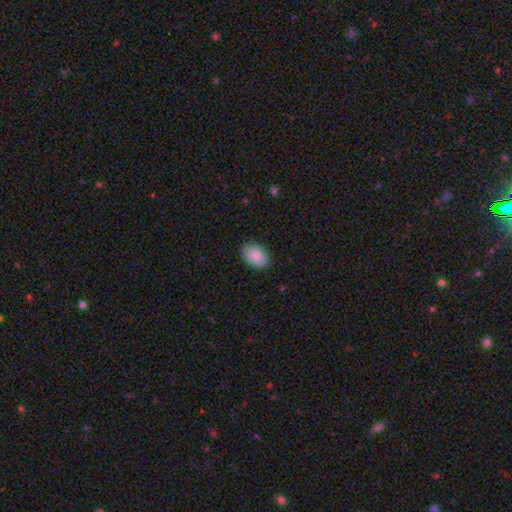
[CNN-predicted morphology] Smooth or featured: smooth — 86% (featured or disk — 7%)
How rounded: in between — 81% (round — 18%)
Merging: none — 84% (minor disturbance — 12%)